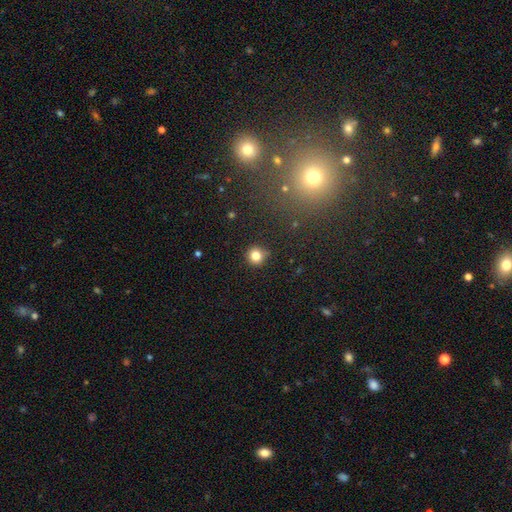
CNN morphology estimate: The model was most divided on "smooth or featured": smooth: 81%, star or artifact: 13%, featured or disk: 6%. More confident: how rounded — round (94%); merging — none (89%).